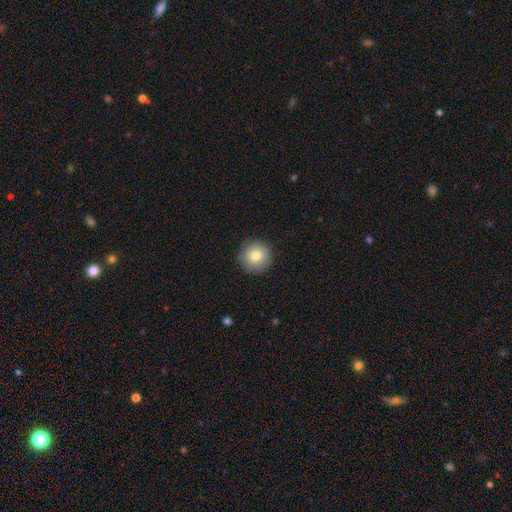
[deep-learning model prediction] Smooth or featured?
  - smooth: 81% *
  - featured or disk: 11%
  - star or artifact: 9%
How rounded?
  - round: 94% *
  - in between: 5%
  - cigar-shaped: 1%
Merging?
  - none: 90% *
  - minor disturbance: 7%
  - major disturbance: 2%
  - merger: 1%